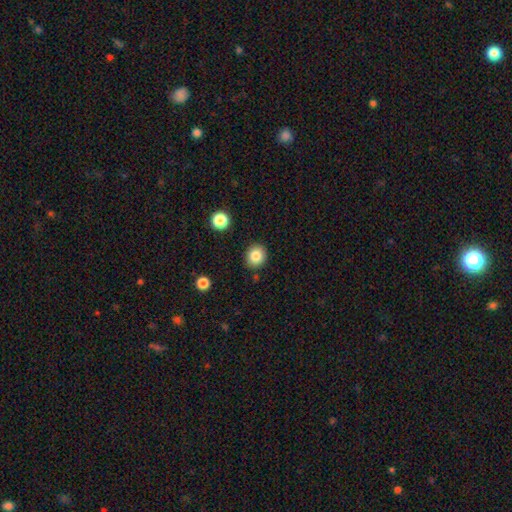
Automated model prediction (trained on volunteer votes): A smooth galaxy with no disk features (84%) that is round (78%).

Vote fractions:
- Smooth or featured? smooth: 84% / star or artifact: 10% / featured or disk: 6%
- How rounded? round: 78% / in between: 21% / cigar-shaped: 1%
- Merging? none: 87% / minor disturbance: 8% / merger: 3% / major disturbance: 2%